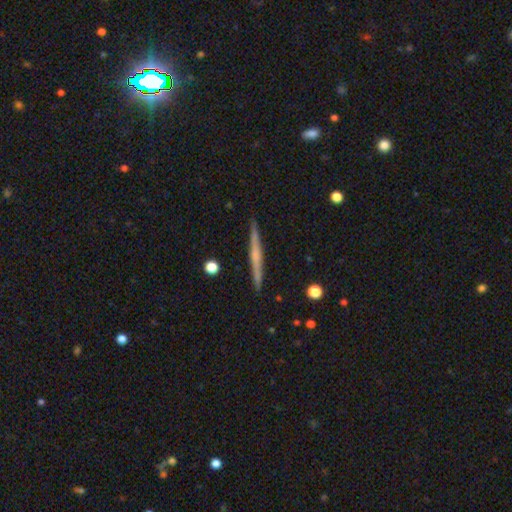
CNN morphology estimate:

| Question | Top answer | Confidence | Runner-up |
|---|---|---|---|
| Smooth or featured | featured or disk | 64% | smooth (30%) |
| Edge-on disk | yes | 98% | no (2%) |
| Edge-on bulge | none | 48% | rounded (43%) |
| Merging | none | 92% | minor disturbance (6%) |